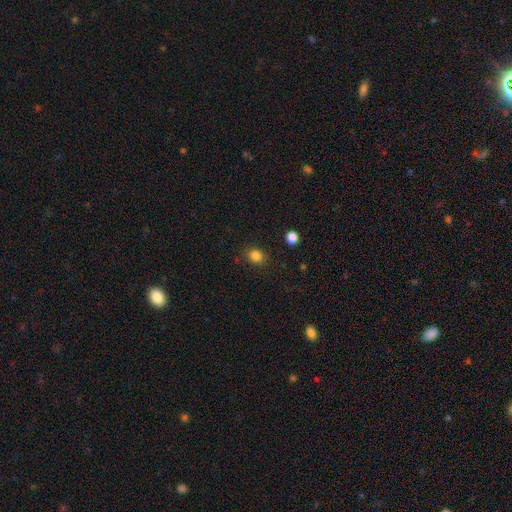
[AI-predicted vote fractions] Smooth or featured? smooth (83%)
How rounded? round (70%)
Merging? none (85%)